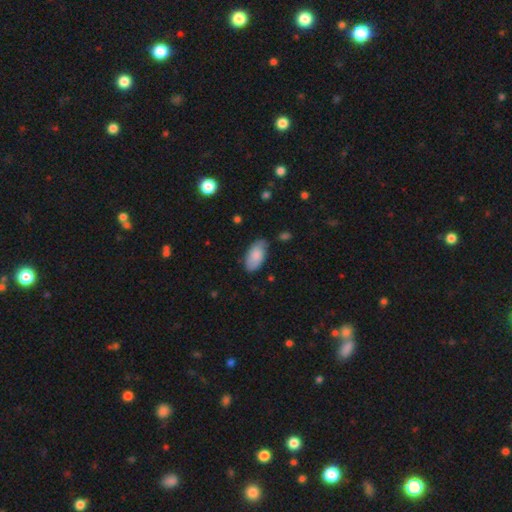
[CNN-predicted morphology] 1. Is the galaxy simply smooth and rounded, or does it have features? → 78% smooth, 16% featured or disk, 6% star or artifact.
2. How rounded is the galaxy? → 94% in between, 3% cigar-shaped, 3% round.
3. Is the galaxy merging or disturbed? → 71% none, 22% minor disturbance, 4% major disturbance, 2% merger.